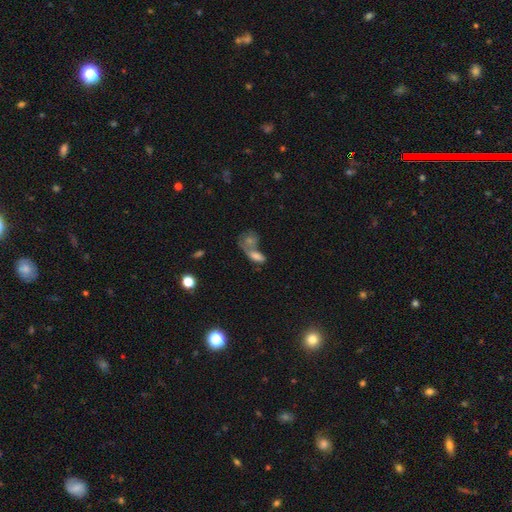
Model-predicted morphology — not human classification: Q: Smooth or featured?
A: smooth (69%); runner-up: featured or disk (19%)
Q: How rounded?
A: in between (79%); runner-up: round (10%)
Q: Merging?
A: merger (60%); runner-up: none (23%)